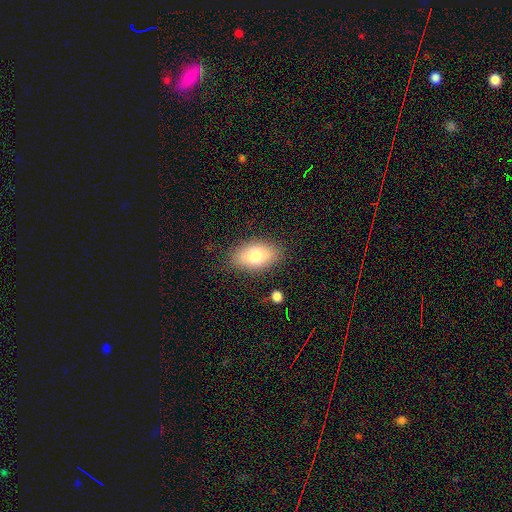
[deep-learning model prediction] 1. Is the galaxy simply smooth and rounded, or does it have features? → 77% smooth, 15% featured or disk, 8% star or artifact.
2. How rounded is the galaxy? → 91% in between, 7% round, 3% cigar-shaped.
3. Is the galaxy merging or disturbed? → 83% none, 12% minor disturbance, 3% major disturbance, 2% merger.